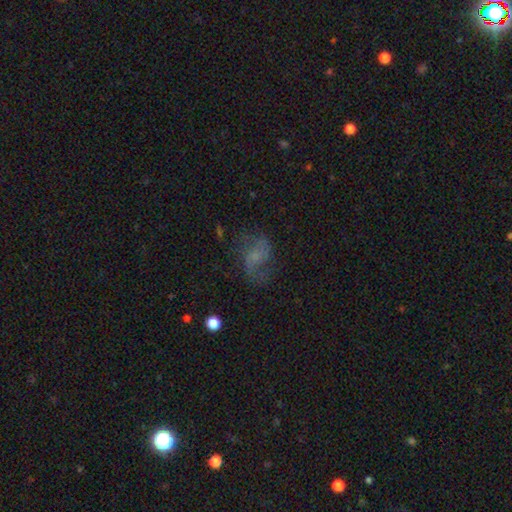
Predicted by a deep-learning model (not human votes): smooth_or_featured: featured or disk (p=0.56) [alt: smooth p=0.29]
disk_edge_on: no (p=0.97) [alt: yes p=0.03]
bar: no (p=0.62) [alt: weak p=0.32]
has_spiral_arms: yes (p=0.81) [alt: no p=0.19]
bulge_size: none (p=0.40) [alt: small p=0.39]
merging: none (p=0.57) [alt: minor disturbance p=0.21]